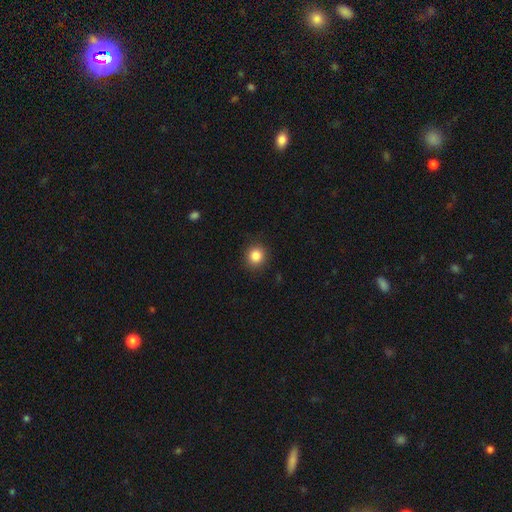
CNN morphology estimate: Smooth or featured: smooth — 85% (star or artifact — 11%)
How rounded: round — 90% (in between — 10%)
Merging: none — 90% (minor disturbance — 6%)